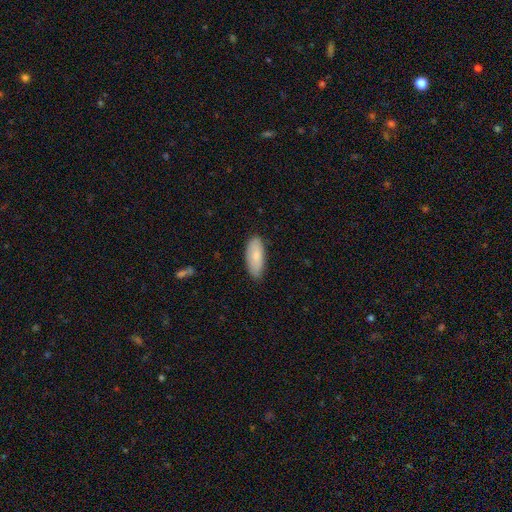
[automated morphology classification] This appears to be a smooth galaxy with no disk features (82%) that is in between round and cigar-shaped (84%). Merging: none (83%).